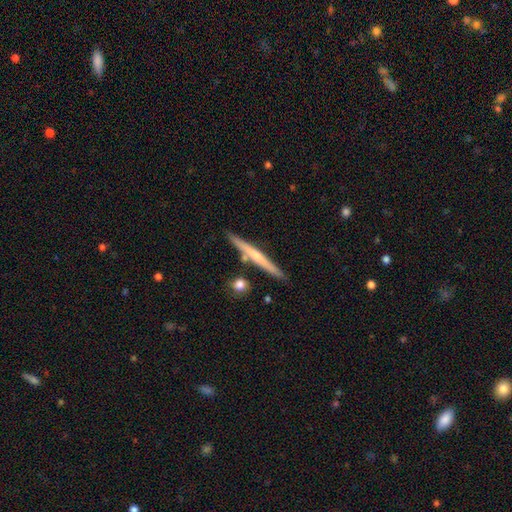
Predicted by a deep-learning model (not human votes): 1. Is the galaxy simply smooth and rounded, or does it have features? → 50% featured or disk, 45% smooth, 6% star or artifact.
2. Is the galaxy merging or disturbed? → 83% none, 9% minor disturbance, 6% merger, 2% major disturbance.